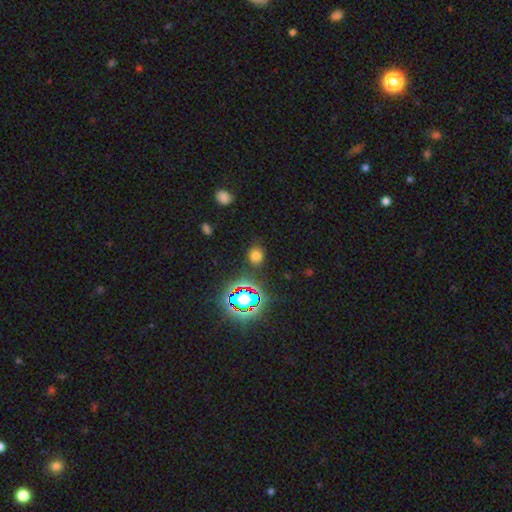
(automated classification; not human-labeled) smooth-or-featured: smooth: 66% | star or artifact: 28% | featured or disk: 7%
  how-rounded: round: 72% | in between: 27% | cigar-shaped: 1%
  merging: none: 81% | minor disturbance: 12% | major disturbance: 4% | merger: 3%